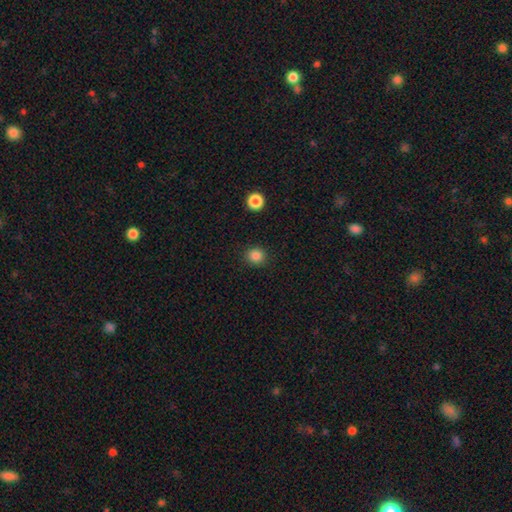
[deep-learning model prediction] Overall: smooth (85%). How rounded: round (89%). Merging: none (90%).